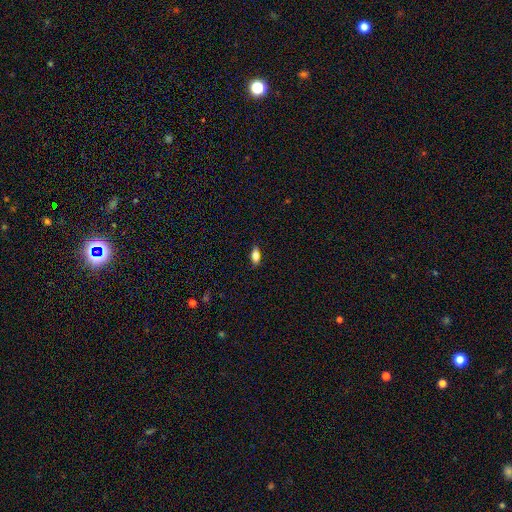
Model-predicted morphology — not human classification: smooth 75%, featured or disk 15%, star or artifact 10%. Down the decision tree: how rounded — in between (80%); merging — none (84%).